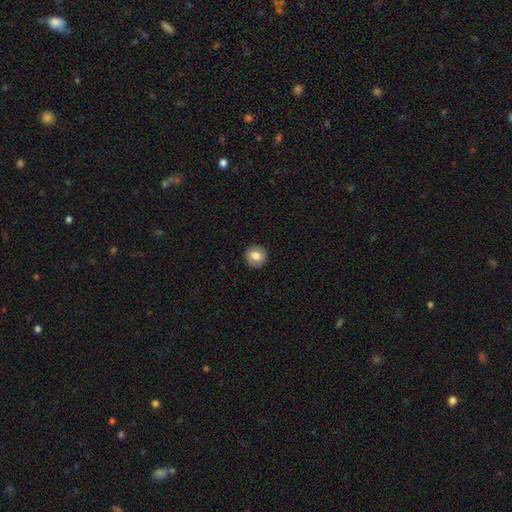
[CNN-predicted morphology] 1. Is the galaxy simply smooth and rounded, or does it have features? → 82% smooth, 10% featured or disk, 8% star or artifact.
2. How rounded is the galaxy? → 92% round, 7% in between, 1% cigar-shaped.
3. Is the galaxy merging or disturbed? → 91% none, 6% minor disturbance, 2% major disturbance, 1% merger.